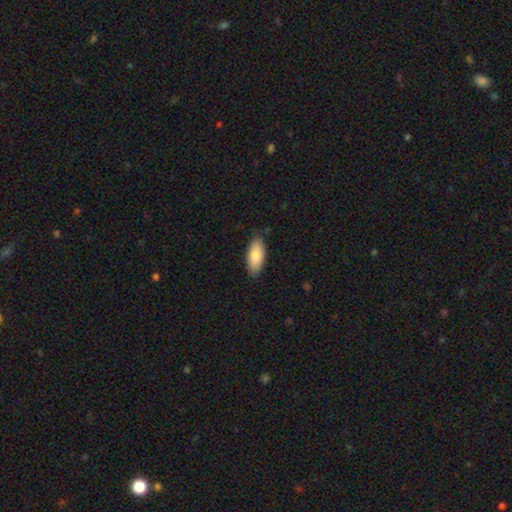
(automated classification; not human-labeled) Morphology: type=smooth (83%); roundness=in between (87%); merging=none (85%).